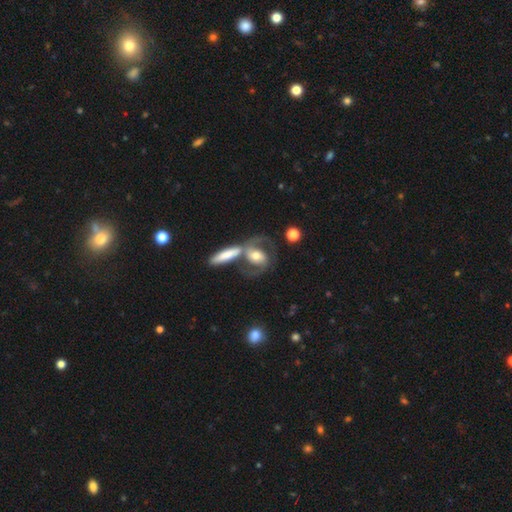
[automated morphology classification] A featured or disk galaxy (79%) with no bar (37%), 2 (90%) medium (55%) spiral arms (94%) and a moderate central bulge (63%).

Vote fractions:
- Smooth or featured? featured or disk: 79% / smooth: 16% / star or artifact: 6%
- Edge-on disk? no: 94% / yes: 6%
- Bar? no: 37% / weak: 36% / strong: 28%
- Spiral arms? yes: 94% / no: 6%
- Spiral winding? medium: 55% / loose: 25% / tight: 20%
- Spiral arm count? 2: 90% / can't tell: 4% / 1: 3% / 3: 1% / 4: 1% / more than 4: 1%
- Bulge size? moderate: 63% / small: 19% / large: 15% / none: 2% / dominant: 2%
- Merging? none: 48% / merger: 30% / minor disturbance: 13% / major disturbance: 9%